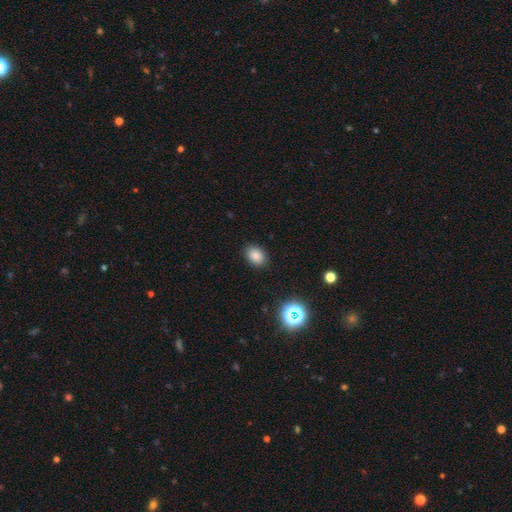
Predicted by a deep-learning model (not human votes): This appears to be a smooth galaxy with no disk features (83%) that is in between round and cigar-shaped (72%). Merging: none (88%).